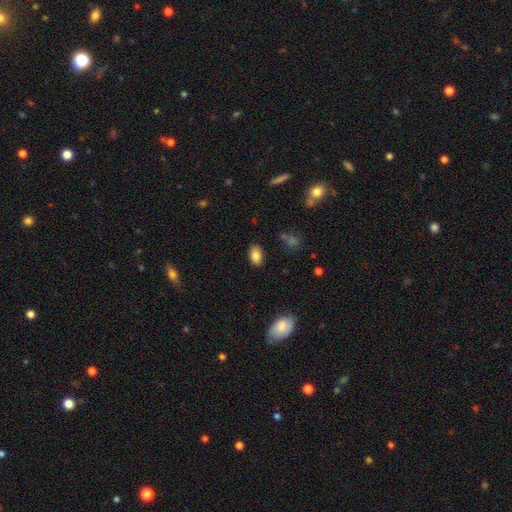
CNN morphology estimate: smooth_or_featured: smooth (p=0.83) [alt: featured or disk p=0.09]
how_rounded: in between (p=0.90) [alt: round p=0.08]
merging: none (p=0.85) [alt: minor disturbance p=0.11]